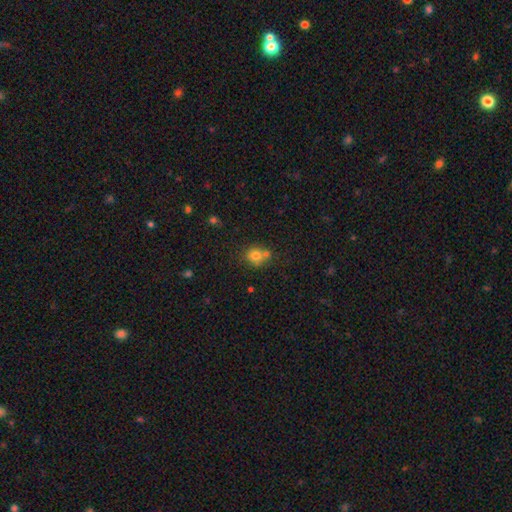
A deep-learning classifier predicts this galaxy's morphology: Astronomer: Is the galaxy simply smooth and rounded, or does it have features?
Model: smooth — 76%.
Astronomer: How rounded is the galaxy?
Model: round — 79%.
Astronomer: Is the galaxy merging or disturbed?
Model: none — 57%.